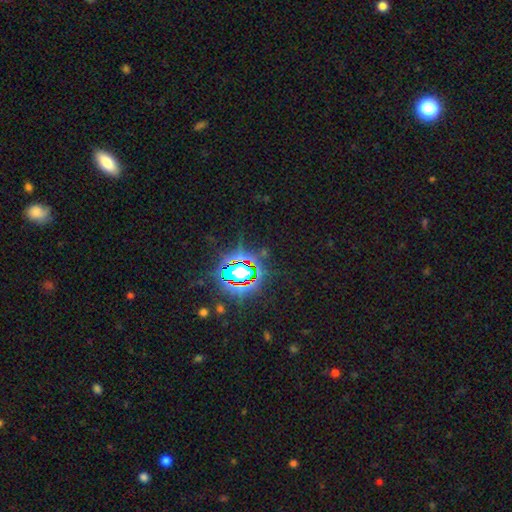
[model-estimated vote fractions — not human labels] smooth-or-featured: star or artifact: 84% | smooth: 10% | featured or disk: 7%